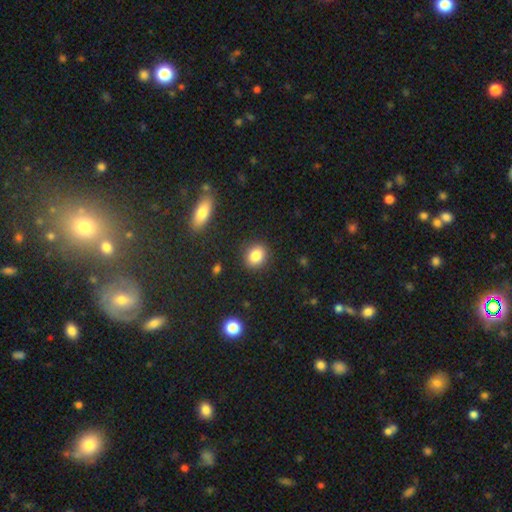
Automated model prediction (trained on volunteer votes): The model was most divided on "how rounded": round: 55%, in between: 44%, cigar-shaped: 1%. More confident: merging — none (89%); smooth or featured — smooth (85%).